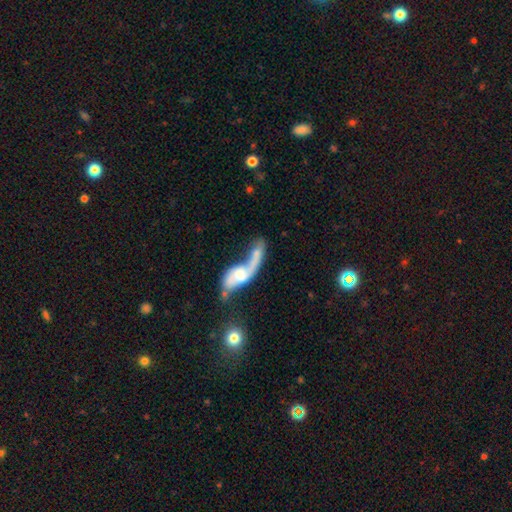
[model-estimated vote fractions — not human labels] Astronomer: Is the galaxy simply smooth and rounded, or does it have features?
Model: featured or disk — 59%.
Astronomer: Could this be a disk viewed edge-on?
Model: no — 87%.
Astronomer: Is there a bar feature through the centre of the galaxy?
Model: no — 56% (runner-up: weak, 33%).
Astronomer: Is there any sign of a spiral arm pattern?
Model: yes — 68%.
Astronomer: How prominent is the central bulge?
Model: moderate — 40% (runner-up: small, 27%).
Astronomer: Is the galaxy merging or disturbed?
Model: merger — 54%.